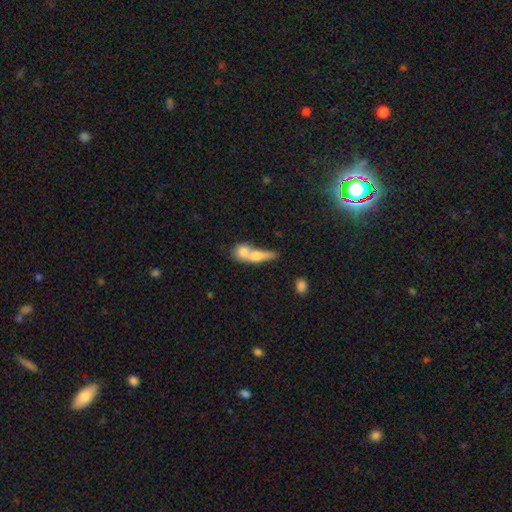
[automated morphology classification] Smooth or featured? Predicted: smooth (p=0.62). How rounded? Predicted: in between (p=0.43). Merging? Predicted: merger (p=0.72).